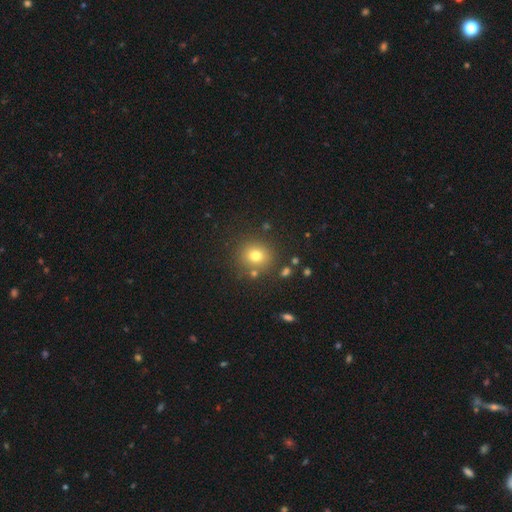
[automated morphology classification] Smooth or featured? Predicted: smooth (p=0.75). How rounded? Predicted: round (p=0.85). Merging? Predicted: none (p=0.82).